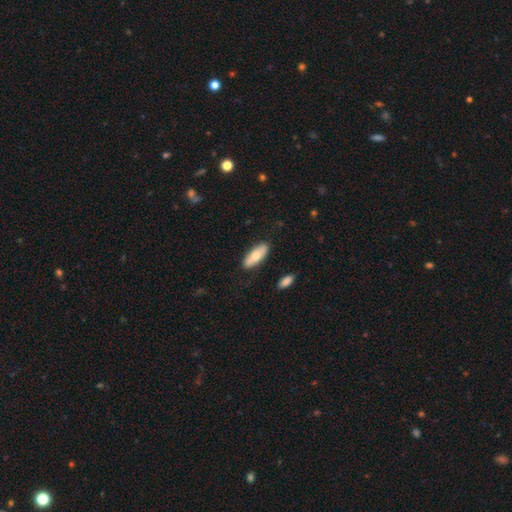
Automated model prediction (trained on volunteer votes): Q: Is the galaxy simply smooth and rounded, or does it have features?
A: smooth — 67%.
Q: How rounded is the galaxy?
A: in between — 71%.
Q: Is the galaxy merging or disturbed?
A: none — 84%.